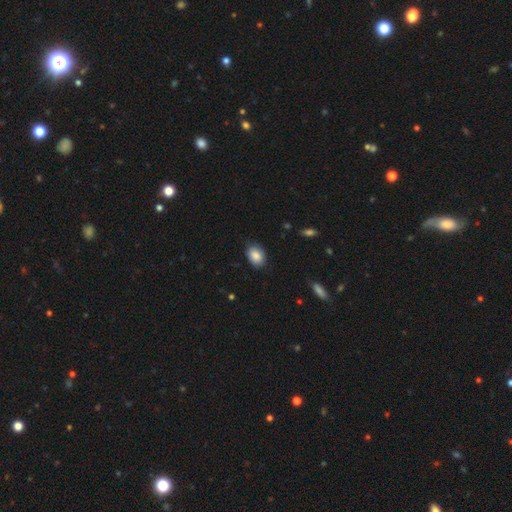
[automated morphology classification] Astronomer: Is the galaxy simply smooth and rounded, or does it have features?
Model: smooth — 87%.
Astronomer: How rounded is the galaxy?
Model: in between — 76%.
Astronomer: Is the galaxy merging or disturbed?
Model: none — 83%.